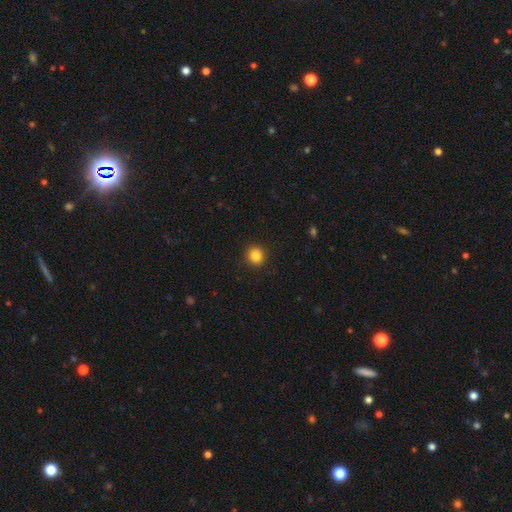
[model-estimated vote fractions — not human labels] A smooth galaxy with no disk features (85%) that is round (93%). Merging: none (92%).